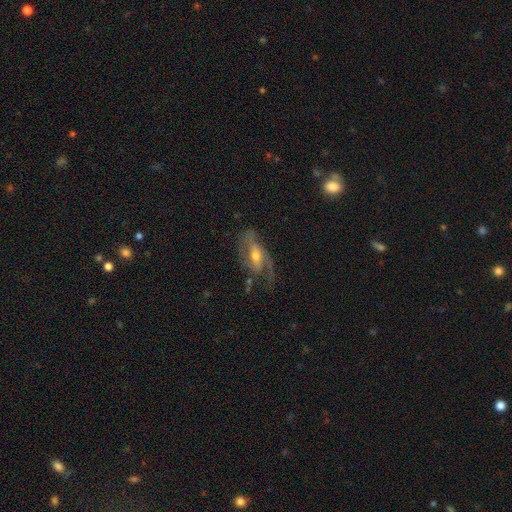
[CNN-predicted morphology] Smooth or featured: featured or disk — 81% (smooth — 13%)
Edge-on disk: no — 92% (yes — 8%)
Bar: weak — 40% (no — 37%)
Spiral arms: yes — 91% (no — 9%)
Spiral winding: medium — 44% (loose — 35%)
Spiral arm count: 2 — 60% (1 — 19%)
Bulge size: moderate — 53% (small — 41%)
Merging: none — 51% (major disturbance — 25%)